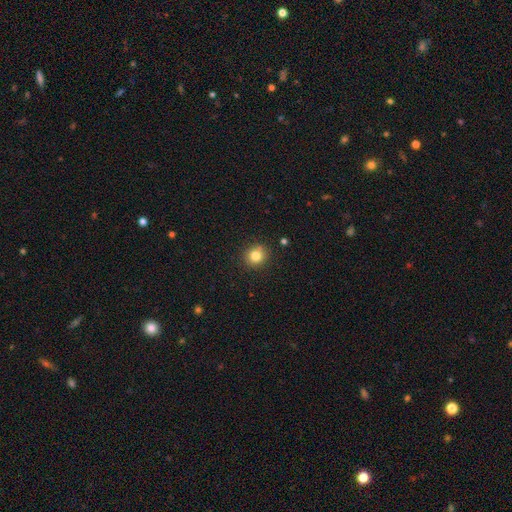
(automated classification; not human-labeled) Morphology: type=smooth (82%); roundness=round (86%); merging=none (88%).